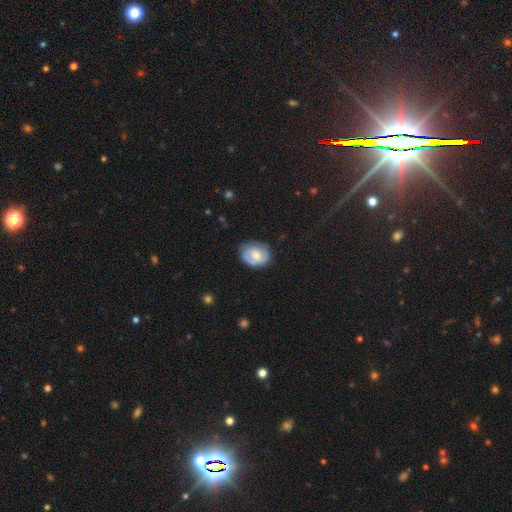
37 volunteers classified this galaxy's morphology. Smooth or featured?
  - featured or disk: 62% *
  - smooth: 38%
  - star or artifact: 0%
Edge-on disk?
  - no: 100% *
  - yes: 0%
Bar?
  - no: 65% *
  - weak: 26%
  - strong: 9%
Spiral arms?
  - yes: 74% *
  - no: 26%
Spiral winding?
  - medium: 53% *
  - tight: 35%
  - loose: 12%
Spiral arm count?
  - 2: 94% *
  - can't tell: 6%
  - 1: 0%
  - 3: 0%
  - 4: 0%
  - more than 4: 0%
Bulge size?
  - moderate: 52% *
  - small: 22%
  - large: 13%
  - none: 9%
  - dominant: 4%
Merging?
  - none: 78% *
  - minor disturbance: 16%
  - major disturbance: 3%
  - merger: 3%